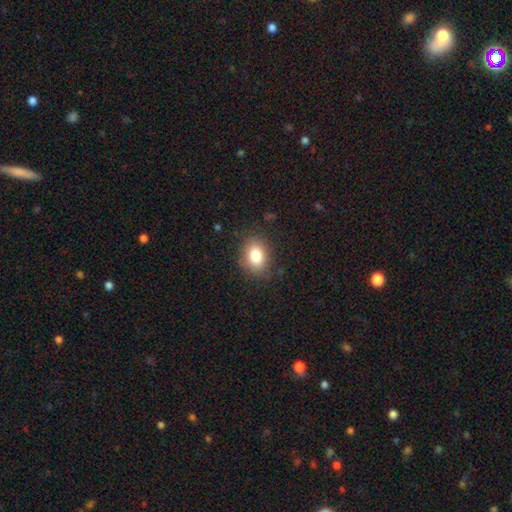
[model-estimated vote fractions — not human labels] A smooth galaxy with no disk features (81%) that is in between round and cigar-shaped (66%). Merging: none (84%).